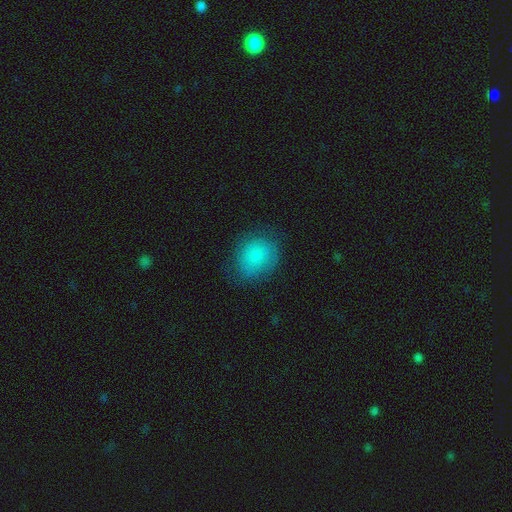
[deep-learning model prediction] smooth 79%, featured or disk 12%, star or artifact 9%. Down the decision tree: how rounded — round (62%); merging — none (73%).